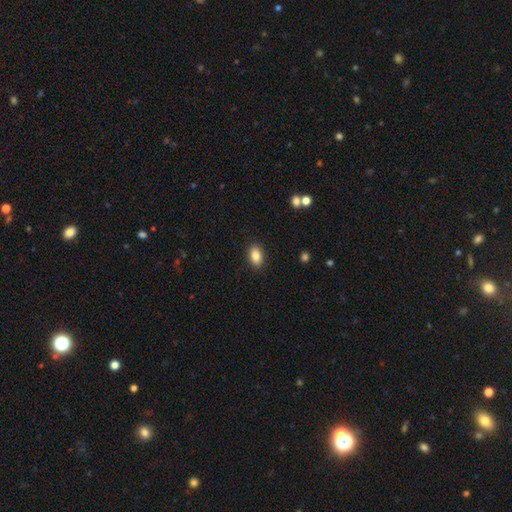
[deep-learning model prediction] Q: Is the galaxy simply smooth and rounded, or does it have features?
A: smooth — 86%.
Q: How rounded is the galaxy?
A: in between — 86%.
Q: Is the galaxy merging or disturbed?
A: none — 89%.